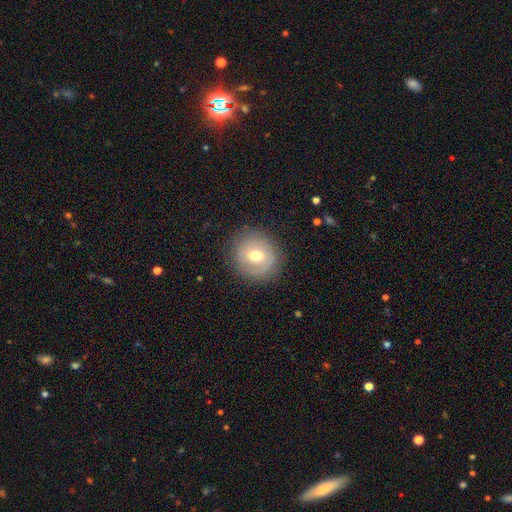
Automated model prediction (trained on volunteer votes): This is possibly a smooth galaxy (49%). Merging: clearly none (84%).